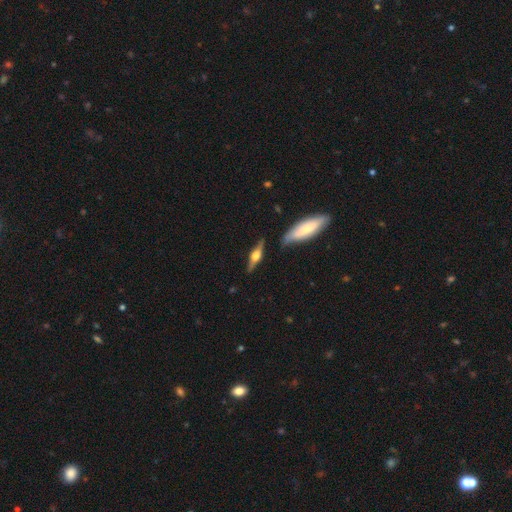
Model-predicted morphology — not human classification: Smooth or featured?
  - featured or disk: 70% *
  - smooth: 24%
  - star or artifact: 6%
Edge-on disk?
  - yes: 95% *
  - no: 5%
Edge-on bulge?
  - rounded: 92% *
  - boxy: 6%
  - none: 2%
Merging?
  - none: 80% *
  - minor disturbance: 13%
  - merger: 4%
  - major disturbance: 3%